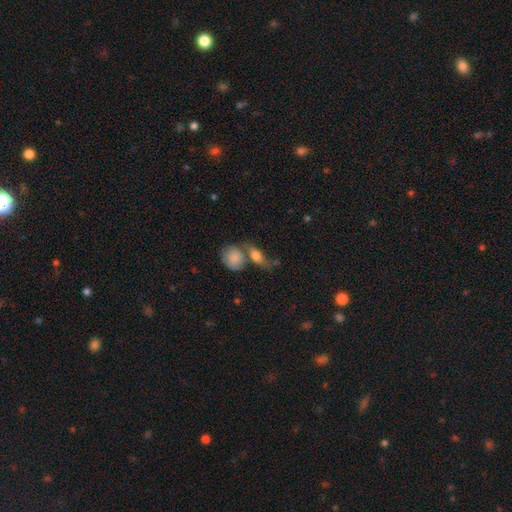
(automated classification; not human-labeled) A smooth galaxy with no disk features (70%) that is in between round and cigar-shaped (65%). Merging: merger (44%).